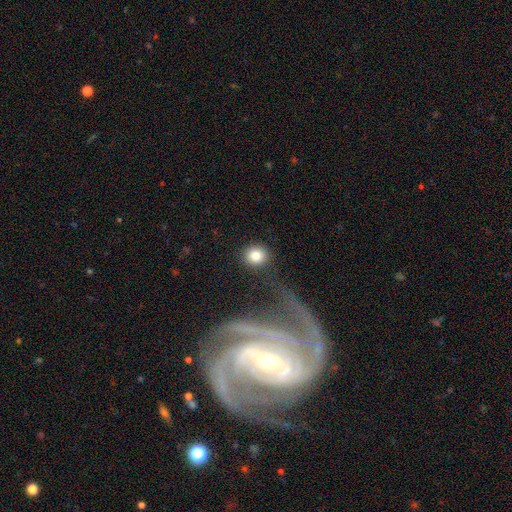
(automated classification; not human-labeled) Q: Smooth or featured?
A: smooth (82%); runner-up: star or artifact (10%)
Q: How rounded?
A: round (86%); runner-up: in between (13%)
Q: Merging?
A: none (86%); runner-up: minor disturbance (8%)